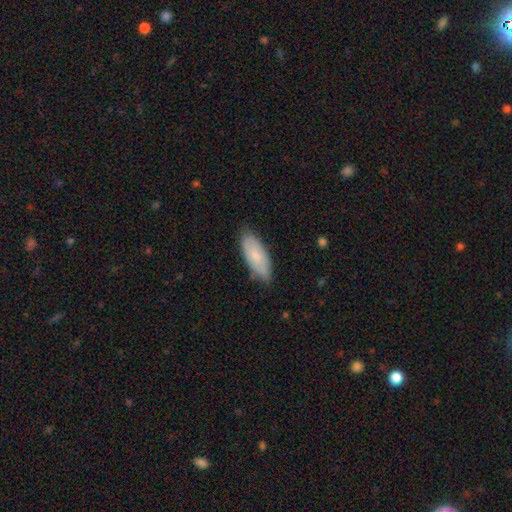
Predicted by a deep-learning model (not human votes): Smooth or featured?
  - smooth: 74% *
  - featured or disk: 20%
  - star or artifact: 6%
How rounded?
  - in between: 80% *
  - cigar-shaped: 18%
  - round: 2%
Merging?
  - none: 78% *
  - minor disturbance: 18%
  - major disturbance: 3%
  - merger: 1%